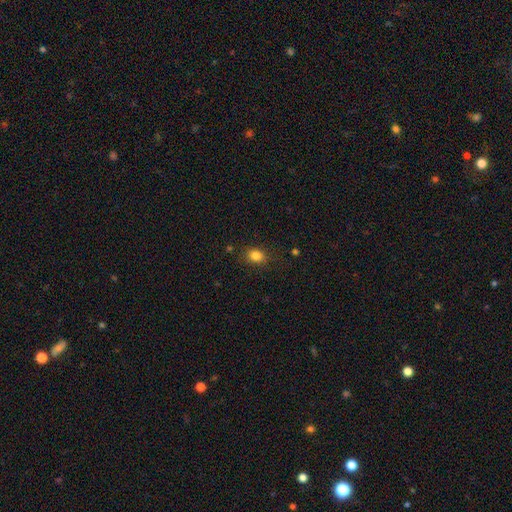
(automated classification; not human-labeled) This is clearly a smooth galaxy (83%). How rounded: possibly in between (50%). Merging: clearly none (83%).